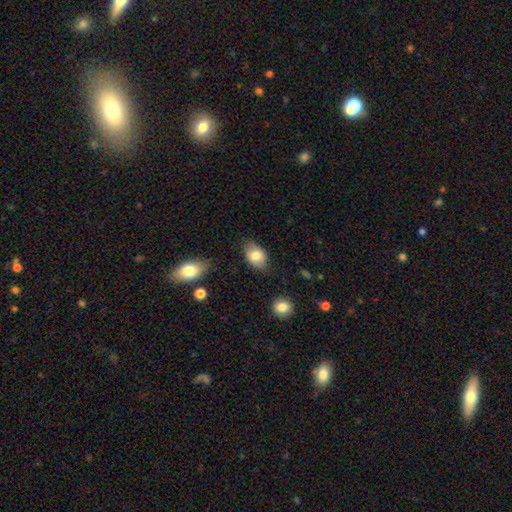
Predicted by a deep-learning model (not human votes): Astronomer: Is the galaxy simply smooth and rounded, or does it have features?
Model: smooth — 80%.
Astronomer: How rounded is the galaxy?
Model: in between — 82%.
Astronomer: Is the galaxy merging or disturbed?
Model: none — 75%.